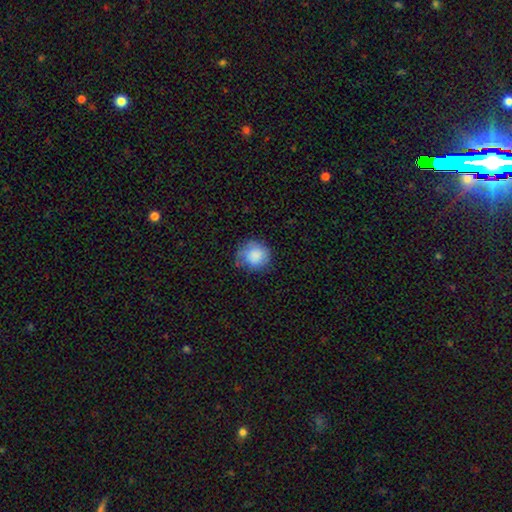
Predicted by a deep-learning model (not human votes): Smooth or featured? Predicted: smooth (p=0.83). How rounded? Predicted: round (p=0.87). Merging? Predicted: none (p=0.62).